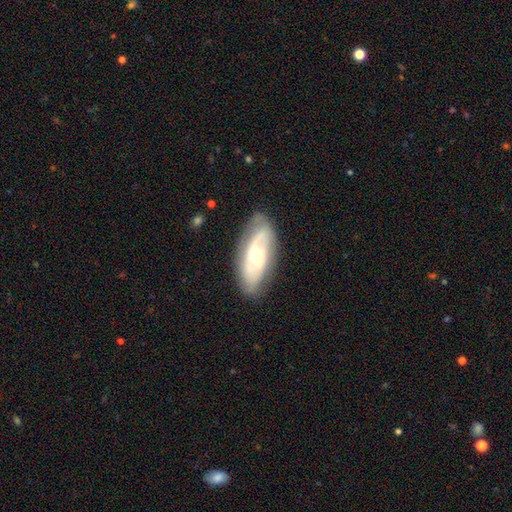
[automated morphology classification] Smooth or featured?
  - featured or disk: 71% *
  - smooth: 23%
  - star or artifact: 6%
Edge-on disk?
  - no: 90% *
  - yes: 10%
Bar?
  - no: 50% *
  - weak: 38%
  - strong: 12%
Spiral arms?
  - yes: 84% *
  - no: 16%
Spiral winding?
  - tight: 40% * (tied)
  - medium: 40% * (tied)
  - loose: 20%
Spiral arm count?
  - 2: 57% *
  - can't tell: 28%
  - 1: 6%
  - 3: 6%
  - 4: 2%
  - more than 4: 2%
Bulge size?
  - moderate: 50% *
  - small: 44%
  - large: 3%
  - none: 1%
  - dominant: 1%
Merging?
  - none: 76% *
  - minor disturbance: 17%
  - major disturbance: 5%
  - merger: 1%